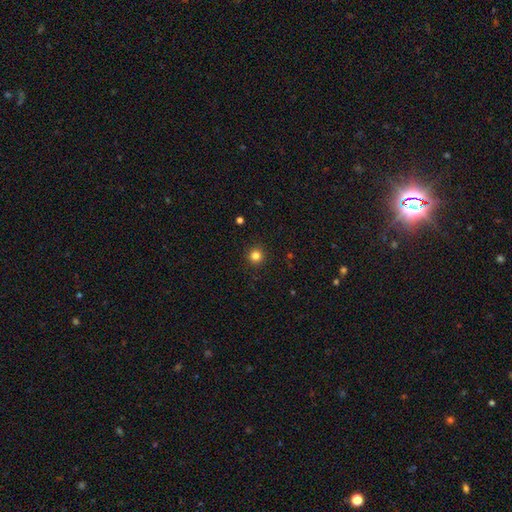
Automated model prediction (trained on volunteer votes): A smooth galaxy with no disk features (82%) that is round (96%).

Vote fractions:
- Smooth or featured? smooth: 82% / star or artifact: 13% / featured or disk: 4%
- How rounded? round: 96% / in between: 3% / cigar-shaped: 1%
- Merging? none: 93% / minor disturbance: 5% / major disturbance: 2% / merger: 1%